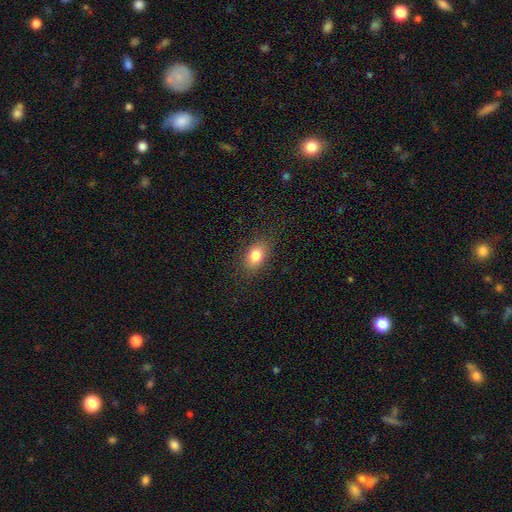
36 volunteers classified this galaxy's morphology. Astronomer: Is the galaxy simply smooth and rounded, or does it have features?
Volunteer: smooth — 83%.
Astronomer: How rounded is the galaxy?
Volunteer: in between — 77%.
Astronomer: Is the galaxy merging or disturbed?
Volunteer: none — 80%.